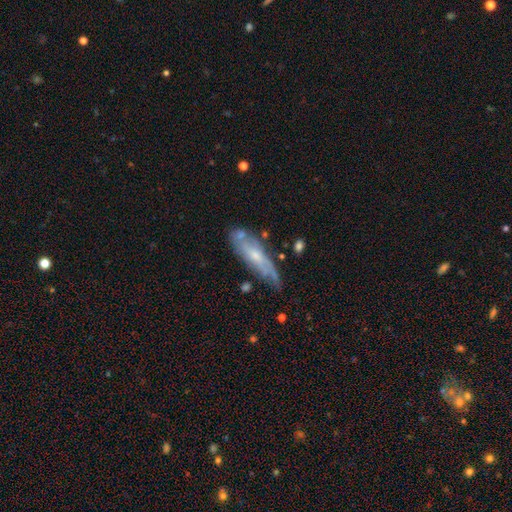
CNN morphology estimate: smooth-or-featured: featured or disk: 60% | smooth: 34% | star or artifact: 6%
  disk-edge-on: no: 62% | yes: 38%
  merging: none: 58% | minor disturbance: 28% | major disturbance: 8% | merger: 6%